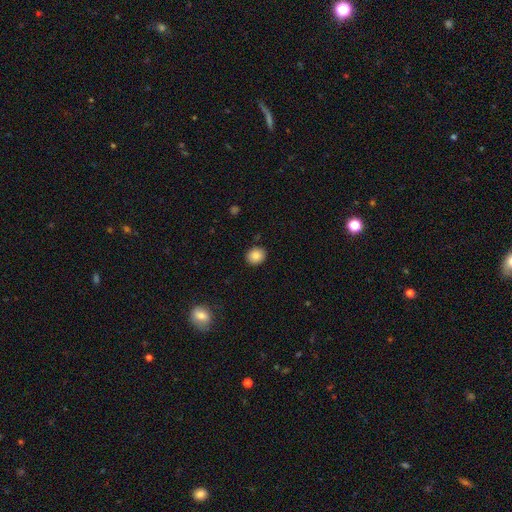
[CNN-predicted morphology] This appears to be a smooth galaxy with no disk features (87%) that is round (73%). Merging: none (89%).